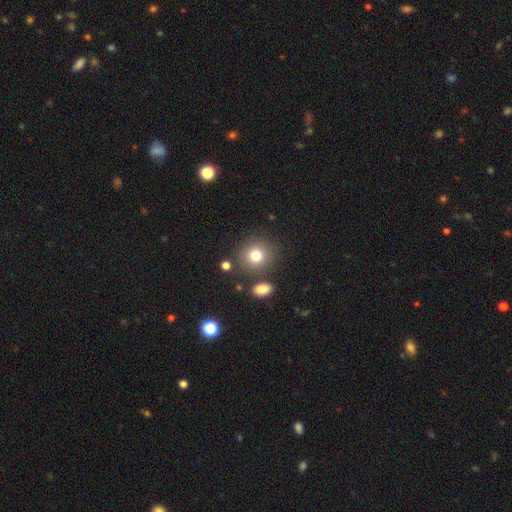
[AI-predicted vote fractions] smooth-or-featured: smooth: 79% | star or artifact: 12% | featured or disk: 9%
  how-rounded: round: 83% | in between: 16% | cigar-shaped: 1%
  merging: none: 81% | minor disturbance: 9% | merger: 7% | major disturbance: 3%